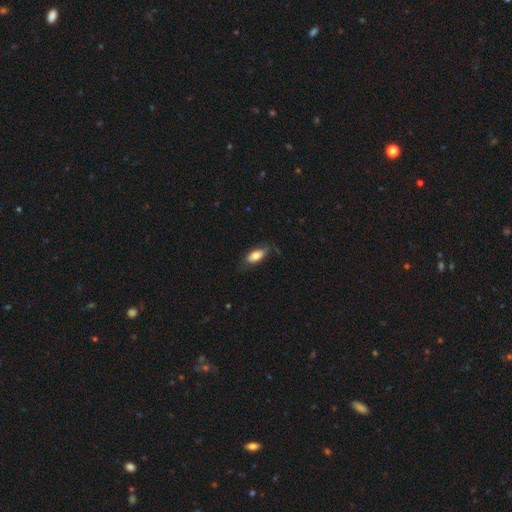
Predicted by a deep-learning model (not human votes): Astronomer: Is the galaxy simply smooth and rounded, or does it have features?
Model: smooth — 71%.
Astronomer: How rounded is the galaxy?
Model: in between — 80%.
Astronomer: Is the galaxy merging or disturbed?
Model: none — 67%.